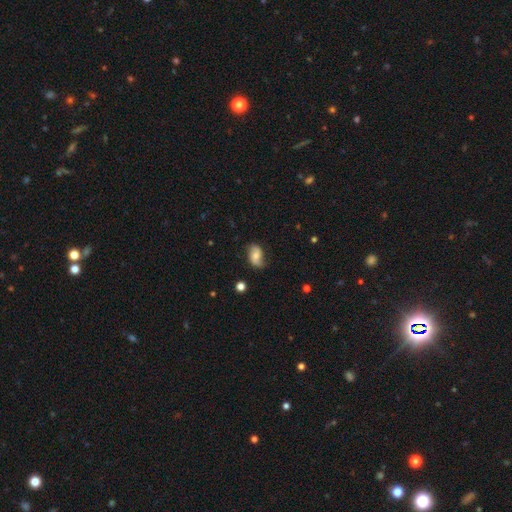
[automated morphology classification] smooth-or-featured: featured or disk: 52% | smooth: 40% | star or artifact: 9%
  disk-edge-on: no: 96% | yes: 4%
  merging: none: 68% | minor disturbance: 24% | major disturbance: 7% | merger: 2%